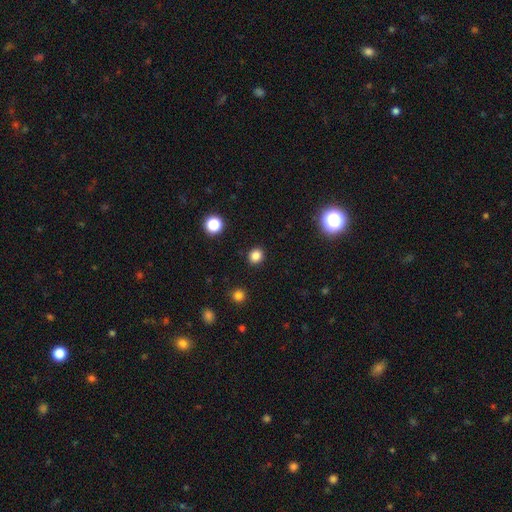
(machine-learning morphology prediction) Smooth or featured? Predicted: smooth (p=0.83). How rounded? Predicted: round (p=0.77). Merging? Predicted: none (p=0.90).